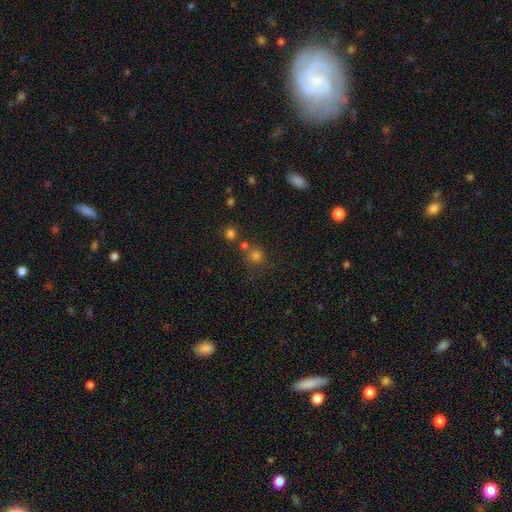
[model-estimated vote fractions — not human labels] smooth-or-featured: smooth: 71% | star or artifact: 21% | featured or disk: 8%
  how-rounded: round: 88% | in between: 11% | cigar-shaped: 1%
  merging: none: 63% | merger: 21% | minor disturbance: 10% | major disturbance: 5%